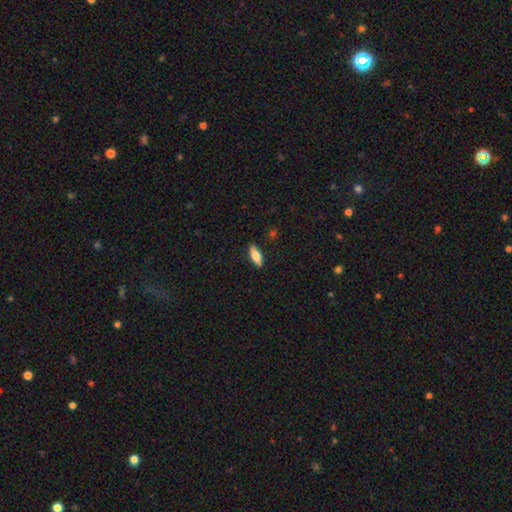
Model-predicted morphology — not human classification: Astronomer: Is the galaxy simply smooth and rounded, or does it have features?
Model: smooth — 71%.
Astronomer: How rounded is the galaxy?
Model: in between — 62%.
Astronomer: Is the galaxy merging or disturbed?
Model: none — 89%.